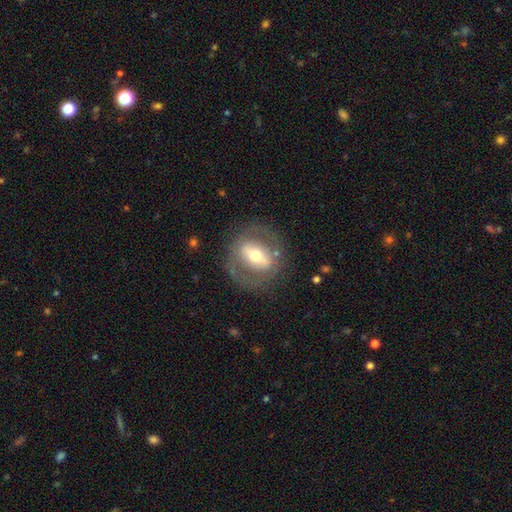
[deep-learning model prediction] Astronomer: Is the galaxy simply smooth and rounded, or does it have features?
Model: featured or disk — 64%.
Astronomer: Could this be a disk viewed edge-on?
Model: no — 88%.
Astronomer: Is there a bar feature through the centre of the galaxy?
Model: strong — 53%.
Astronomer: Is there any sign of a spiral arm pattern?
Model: no — 70%.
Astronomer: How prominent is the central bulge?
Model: moderate — 63%.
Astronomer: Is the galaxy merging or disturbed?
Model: none — 75%.